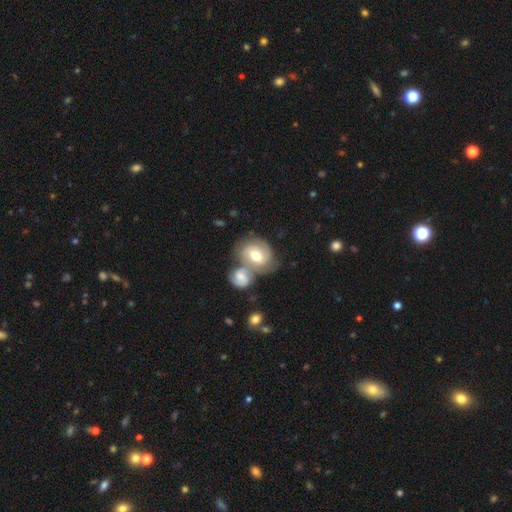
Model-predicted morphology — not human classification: type=featured or disk (55%); edge-on=no (96%); bar=weak (47%); spiral arms=yes (80%); bulge=moderate (72%); merging=merger (45%).